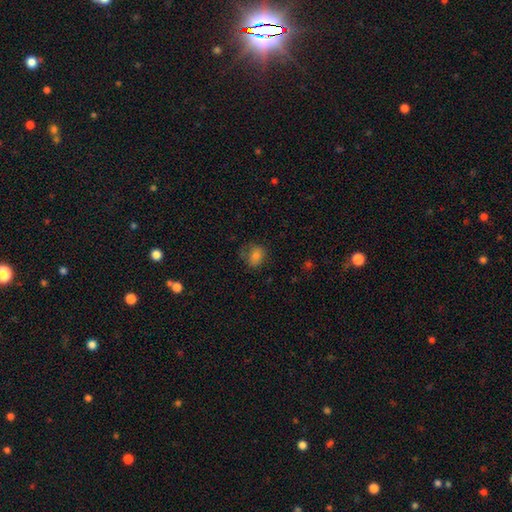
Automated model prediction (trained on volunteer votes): Morphology: type=smooth (74%); roundness=round (55%); merging=none (60%).